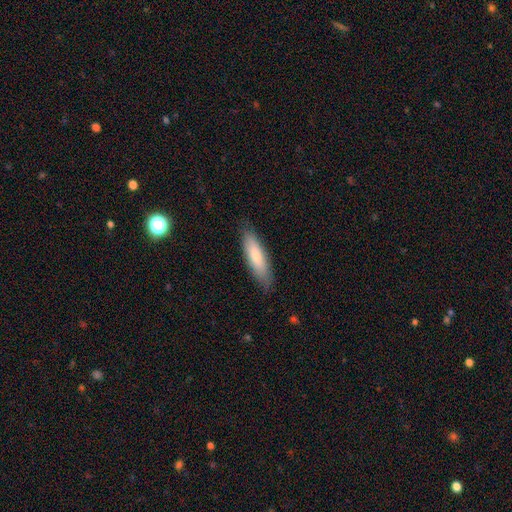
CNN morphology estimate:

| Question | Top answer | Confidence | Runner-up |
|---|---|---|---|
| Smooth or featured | smooth | 76% | featured or disk (18%) |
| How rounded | cigar-shaped | 62% | in between (37%) |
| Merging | none | 83% | minor disturbance (13%) |